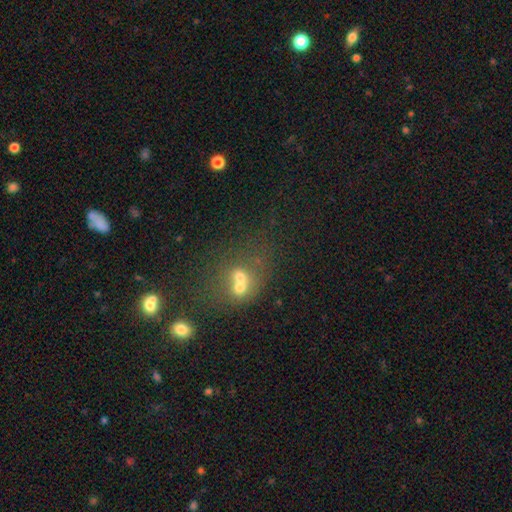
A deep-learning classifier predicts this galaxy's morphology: This is possibly a smooth galaxy (46%). Merging: possibly merger (49%).